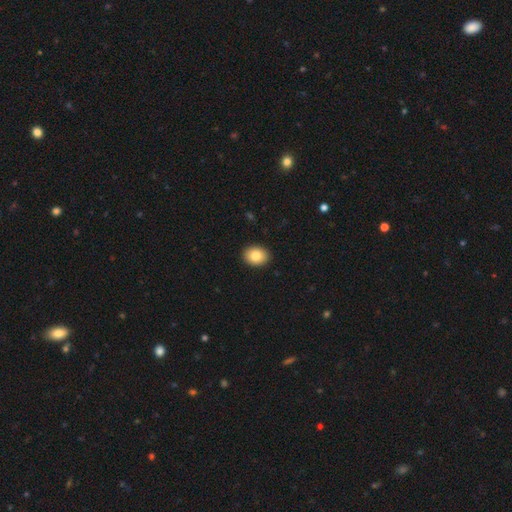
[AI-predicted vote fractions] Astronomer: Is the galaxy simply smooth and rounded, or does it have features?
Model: smooth — 84%.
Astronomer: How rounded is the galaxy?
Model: in between — 57% (runner-up: round, 43%).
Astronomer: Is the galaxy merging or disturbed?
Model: none — 92%.